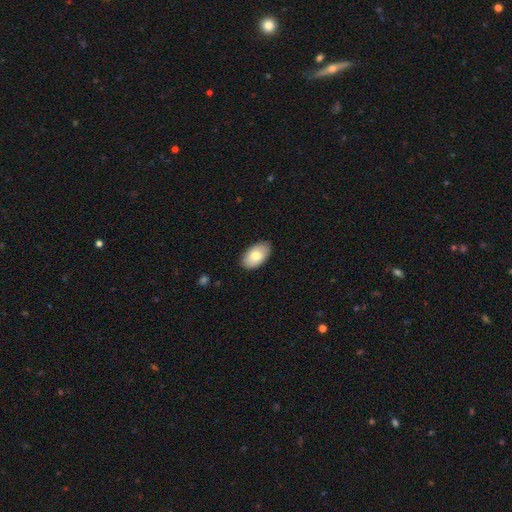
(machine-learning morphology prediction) This is likely a smooth galaxy (76%). How rounded: clearly in between (95%). Merging: clearly none (87%).